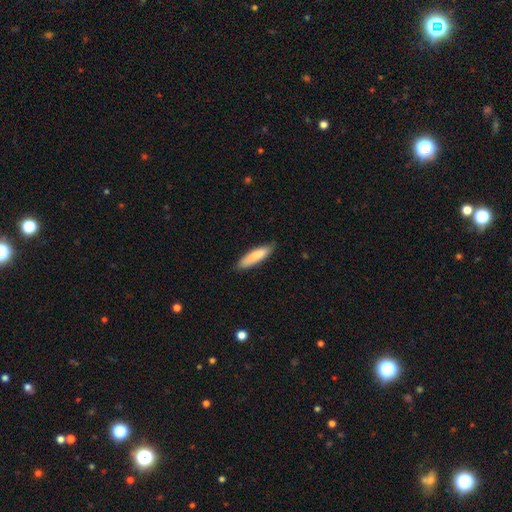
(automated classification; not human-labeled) smooth 83%, featured or disk 12%, star or artifact 5%. Down the decision tree: how rounded — cigar-shaped (69%); merging — none (84%).